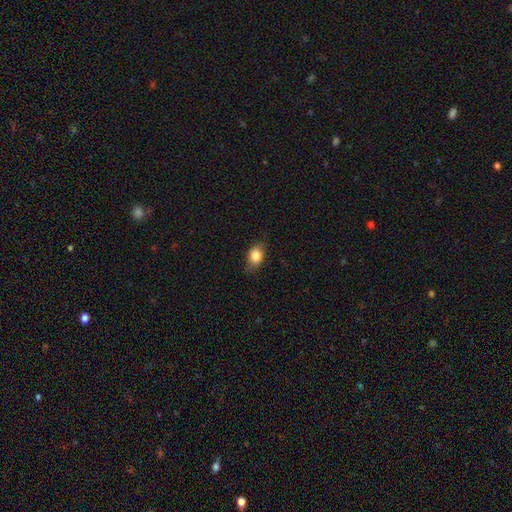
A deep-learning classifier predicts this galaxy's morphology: The model was most divided on "how rounded": in between: 71%, round: 27%, cigar-shaped: 2%. More confident: smooth or featured — smooth (84%); merging — none (77%).